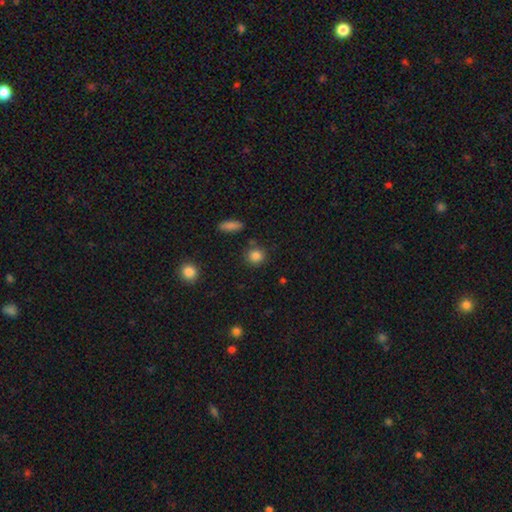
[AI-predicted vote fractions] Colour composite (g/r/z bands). It shows a smooth galaxy with no disk features (84%) that is round (85%). Merging: none (82%).